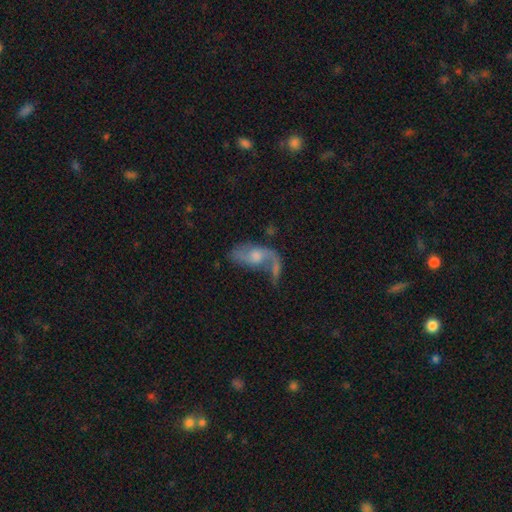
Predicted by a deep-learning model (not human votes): Overall: featured or disk (74%). Edge-on disk: no (95%). Bar: no (60%; weak 34%). Spiral arms: yes (86%). Spiral arm count: 2 (68%). Spiral winding: loose (73%). Bulge size: moderate (48%; small 28%). Merging: none (38%; major disturbance 33%).